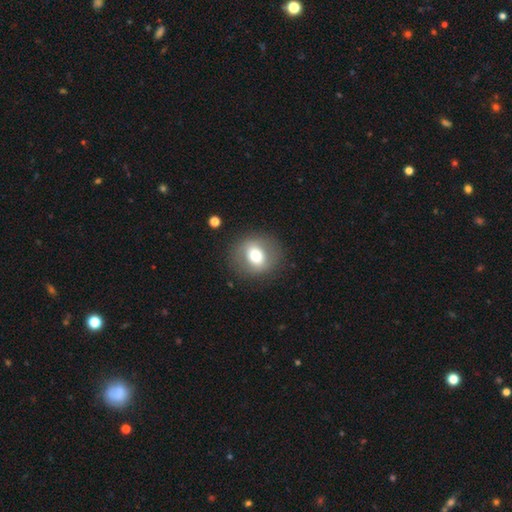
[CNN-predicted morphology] The model was most divided on "smooth or featured": smooth: 64%, featured or disk: 27%, star or artifact: 10%. More confident: merging — none (84%); how rounded — round (77%).